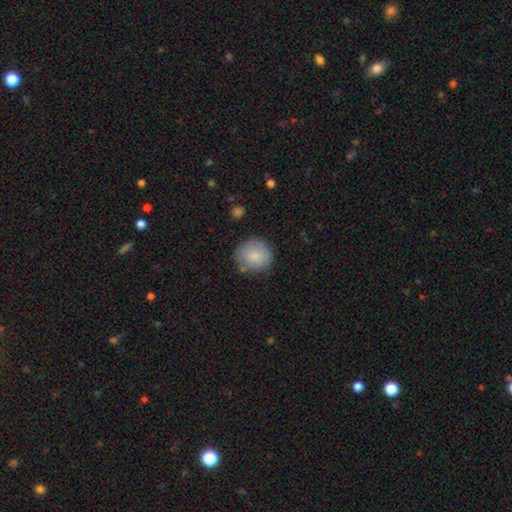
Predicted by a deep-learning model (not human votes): The model was most divided on "merging": none: 75%, minor disturbance: 17%, major disturbance: 4%, merger: 3%. More confident: how rounded — round (88%); smooth or featured — smooth (82%).